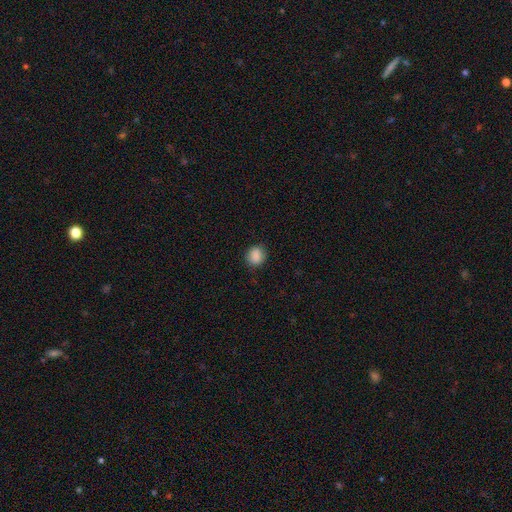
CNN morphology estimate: Smooth or featured: smooth — 87% (star or artifact — 9%)
How rounded: round — 71% (in between — 28%)
Merging: none — 83% (minor disturbance — 12%)